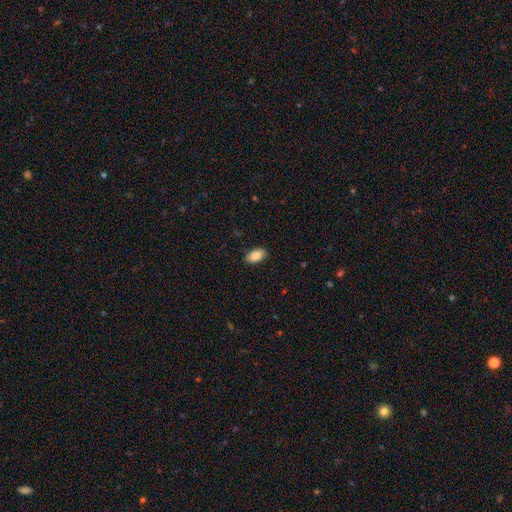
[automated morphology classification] Smooth or featured? Predicted: smooth (p=0.86). How rounded? Predicted: in between (p=0.94). Merging? Predicted: none (p=0.88).